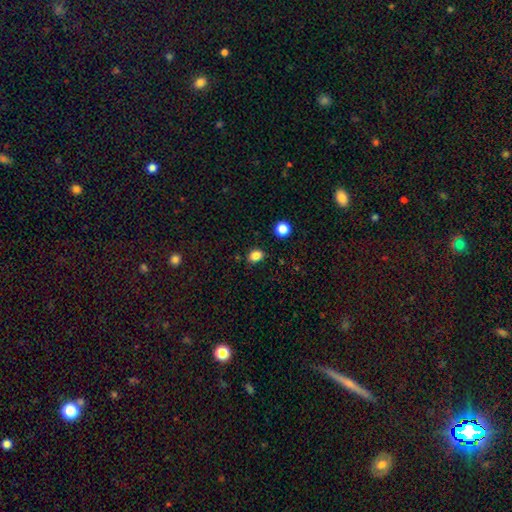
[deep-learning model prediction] smooth-or-featured: smooth: 84% | star or artifact: 12% | featured or disk: 4%
  how-rounded: in between: 54% | round: 45% | cigar-shaped: 1%
  merging: none: 85% | minor disturbance: 10% | major disturbance: 3% | merger: 3%